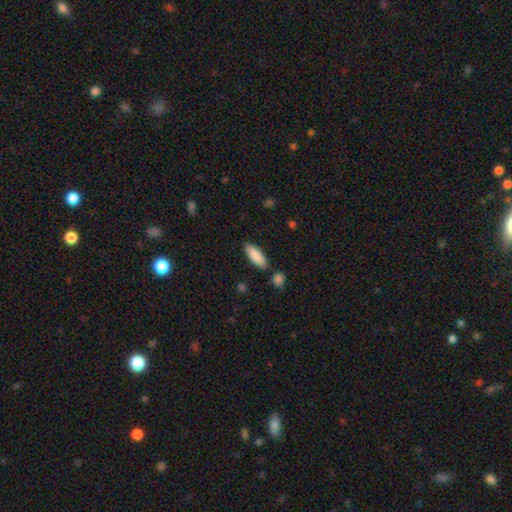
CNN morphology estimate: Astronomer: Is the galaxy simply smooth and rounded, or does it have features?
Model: smooth — 88%.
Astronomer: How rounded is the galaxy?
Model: in between — 62%.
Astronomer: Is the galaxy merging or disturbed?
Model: none — 83%.